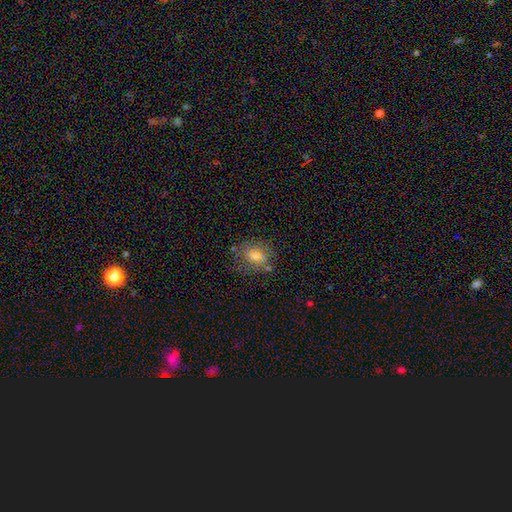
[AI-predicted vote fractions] smooth_or_featured: smooth (p=0.66) [alt: featured or disk p=0.24]
how_rounded: in between (p=0.59) [alt: round p=0.39]
merging: none (p=0.64) [alt: minor disturbance p=0.22]